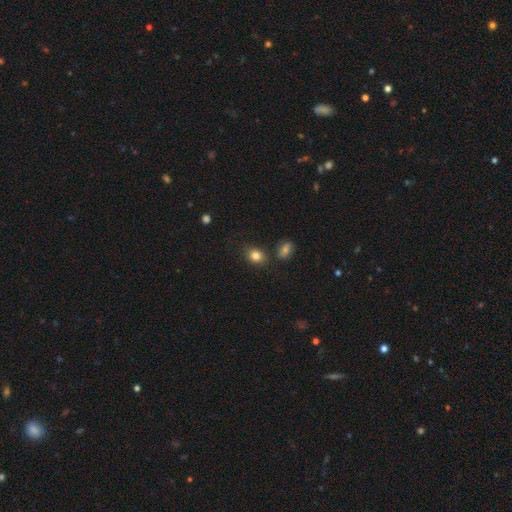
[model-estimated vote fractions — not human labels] This is clearly a smooth galaxy (83%). How rounded: possibly in between (51%). Merging: likely none (77%).